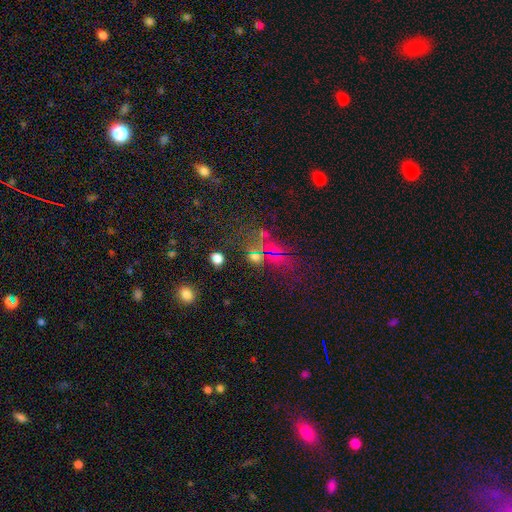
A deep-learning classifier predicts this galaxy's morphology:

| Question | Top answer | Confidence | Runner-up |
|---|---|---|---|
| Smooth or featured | star or artifact | 45% | smooth (39%) |